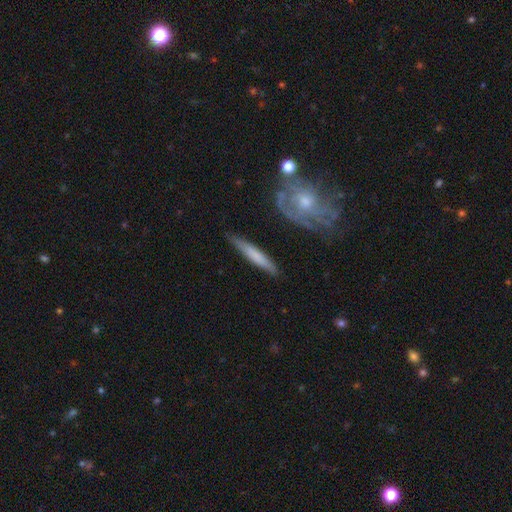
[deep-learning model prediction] A smooth galaxy with no disk features (57%) that is cigar-shaped (92%).

Vote fractions:
- Smooth or featured? smooth: 57% / featured or disk: 38% / star or artifact: 5%
- How rounded? cigar-shaped: 92% / in between: 7% / round: 2%
- Merging? none: 81% / minor disturbance: 13% / major disturbance: 3% / merger: 3%